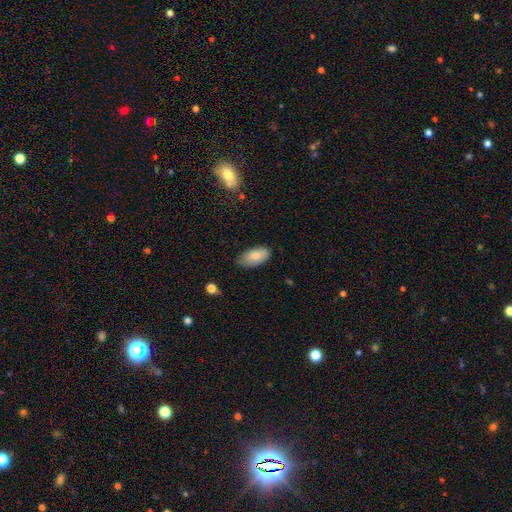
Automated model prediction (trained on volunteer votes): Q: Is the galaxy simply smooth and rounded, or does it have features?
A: smooth — 83%.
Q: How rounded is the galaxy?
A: in between — 94%.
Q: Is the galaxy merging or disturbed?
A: none — 74%.